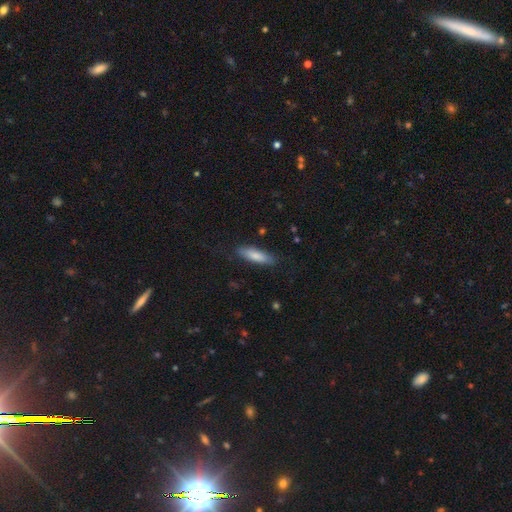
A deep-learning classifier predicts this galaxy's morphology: Smooth or featured: smooth — 80% (featured or disk — 14%)
How rounded: cigar-shaped — 56% (in between — 42%)
Merging: none — 83% (minor disturbance — 13%)